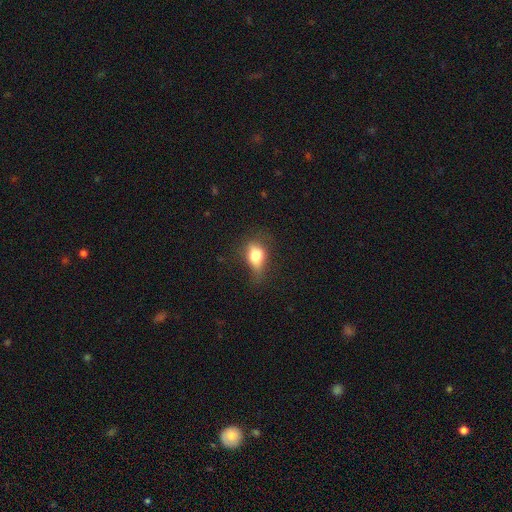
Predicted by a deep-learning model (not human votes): Smooth or featured?
  - smooth: 75% *
  - featured or disk: 15%
  - star or artifact: 10%
How rounded?
  - in between: 74% *
  - round: 22%
  - cigar-shaped: 4%
Merging?
  - none: 42% *
  - minor disturbance: 36%
  - major disturbance: 20%
  - merger: 3%